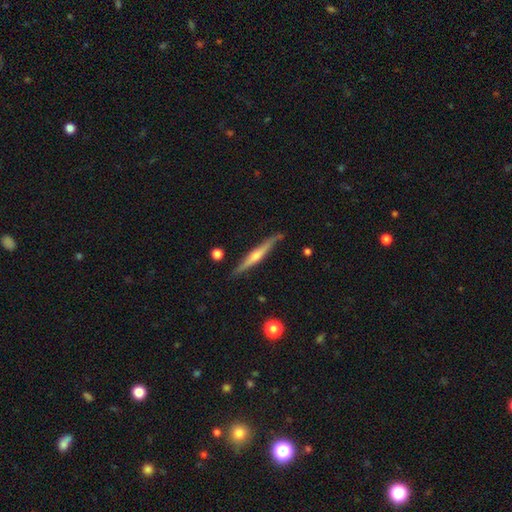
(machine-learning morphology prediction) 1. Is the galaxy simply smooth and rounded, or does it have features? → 74% featured or disk, 20% smooth, 6% star or artifact.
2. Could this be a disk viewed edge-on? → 98% yes, 2% no.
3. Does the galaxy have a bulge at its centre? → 82% rounded, 12% none, 6% boxy.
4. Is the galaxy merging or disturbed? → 88% none, 8% minor disturbance, 2% merger, 2% major disturbance.